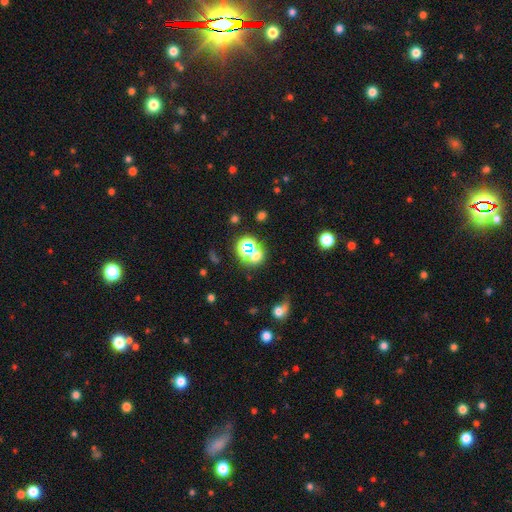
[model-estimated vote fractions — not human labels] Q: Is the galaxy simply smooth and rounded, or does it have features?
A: star or artifact — 50%.